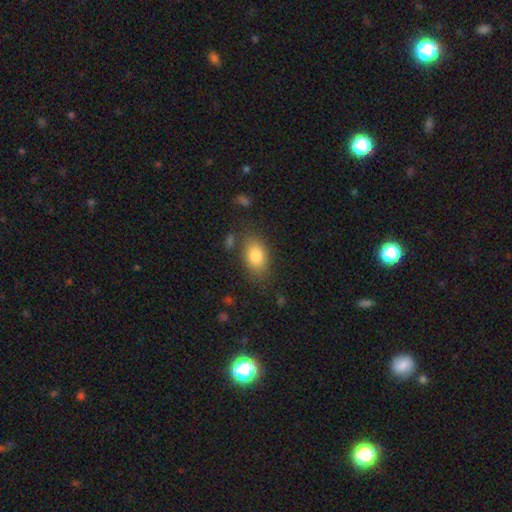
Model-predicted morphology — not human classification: Smooth or featured: smooth — 82% (featured or disk — 10%)
How rounded: in between — 83% (round — 15%)
Merging: none — 75% (minor disturbance — 16%)